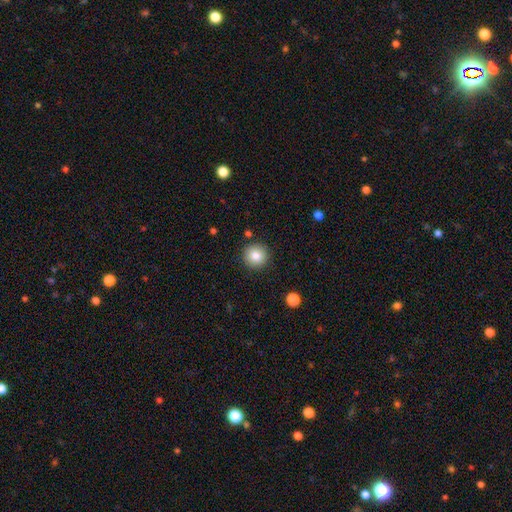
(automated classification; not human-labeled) A smooth galaxy with no disk features (82%) that is round (95%).

Vote fractions:
- Smooth or featured? smooth: 82% / star or artifact: 10% / featured or disk: 8%
- How rounded? round: 95% / in between: 4% / cigar-shaped: 1%
- Merging? none: 90% / minor disturbance: 6% / merger: 2% / major disturbance: 2%